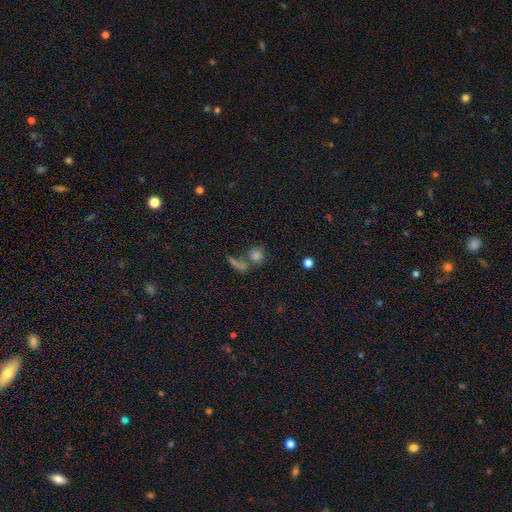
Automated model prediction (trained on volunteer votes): smooth_or_featured: smooth (p=0.69) [alt: star or artifact p=0.20]
how_rounded: round (p=0.82) [alt: in between p=0.14]
merging: none (p=0.55) [alt: merger p=0.30]